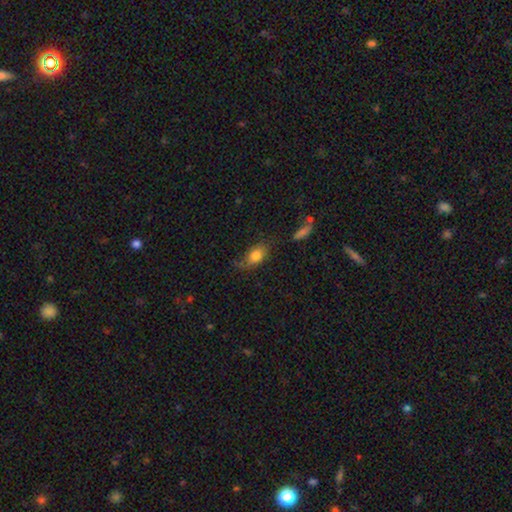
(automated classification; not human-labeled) A smooth galaxy with no disk features (77%) that is in between round and cigar-shaped (83%). Merging: none (51%).